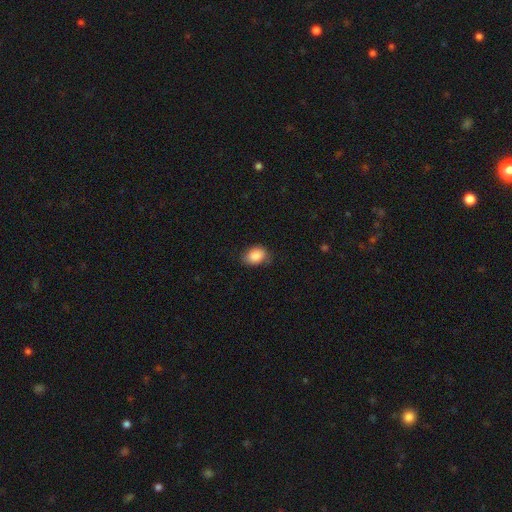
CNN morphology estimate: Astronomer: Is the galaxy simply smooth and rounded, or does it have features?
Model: smooth — 87%.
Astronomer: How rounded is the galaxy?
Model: in between — 74%.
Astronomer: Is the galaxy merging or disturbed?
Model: none — 72%.